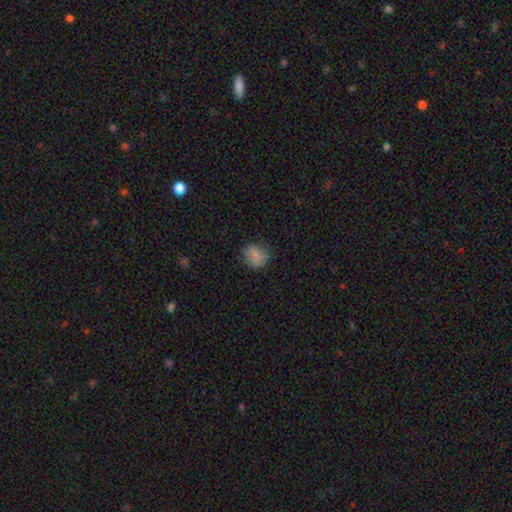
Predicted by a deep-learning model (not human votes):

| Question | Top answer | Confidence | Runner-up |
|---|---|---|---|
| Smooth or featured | smooth | 83% | star or artifact (10%) |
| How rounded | round | 85% | in between (14%) |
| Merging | none | 80% | minor disturbance (15%) |